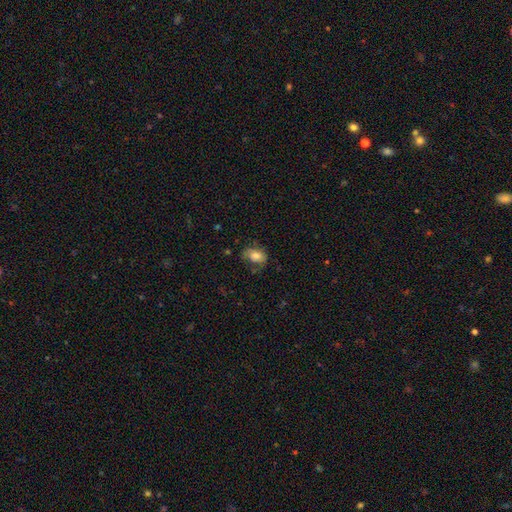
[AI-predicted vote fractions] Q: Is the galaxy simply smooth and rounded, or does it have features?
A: smooth — 76%.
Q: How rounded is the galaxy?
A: in between — 79%.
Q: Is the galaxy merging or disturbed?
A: none — 52%.